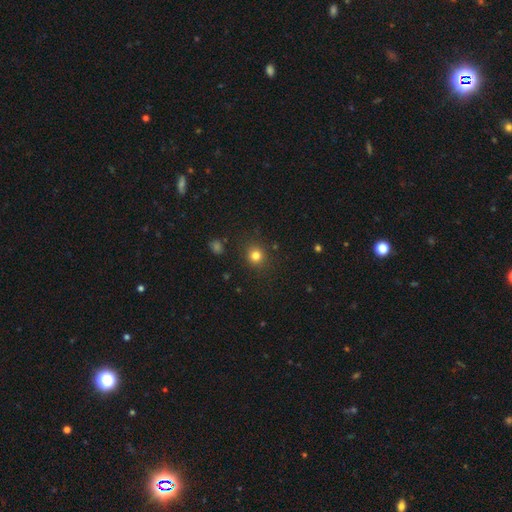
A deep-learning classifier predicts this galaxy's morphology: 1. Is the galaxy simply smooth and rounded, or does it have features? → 80% smooth, 14% star or artifact, 6% featured or disk.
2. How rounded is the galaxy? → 88% round, 11% in between, 1% cigar-shaped.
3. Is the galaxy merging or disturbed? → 88% none, 8% minor disturbance, 3% major disturbance, 2% merger.